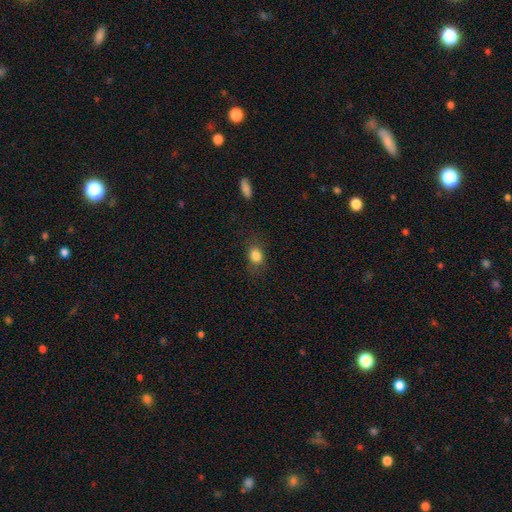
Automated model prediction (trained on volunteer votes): This is clearly a smooth galaxy (83%). How rounded: possibly in between (59%). Merging: likely none (75%).